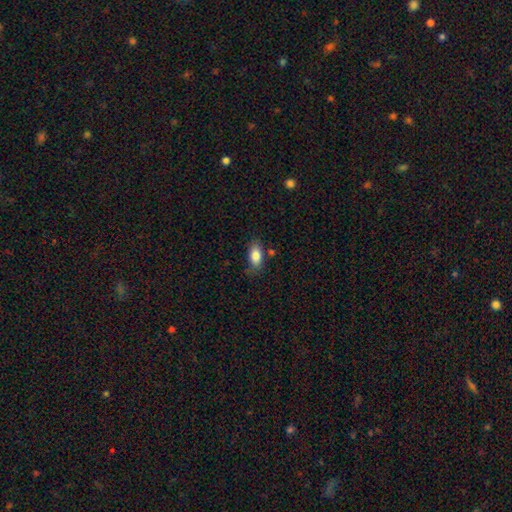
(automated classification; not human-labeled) A smooth galaxy with no disk features (84%) that is in between round and cigar-shaped (89%).

Vote fractions:
- Smooth or featured? smooth: 84% / featured or disk: 9% / star or artifact: 7%
- How rounded? in between: 89% / round: 6% / cigar-shaped: 5%
- Merging? none: 73% / minor disturbance: 18% / major disturbance: 4% / merger: 4%